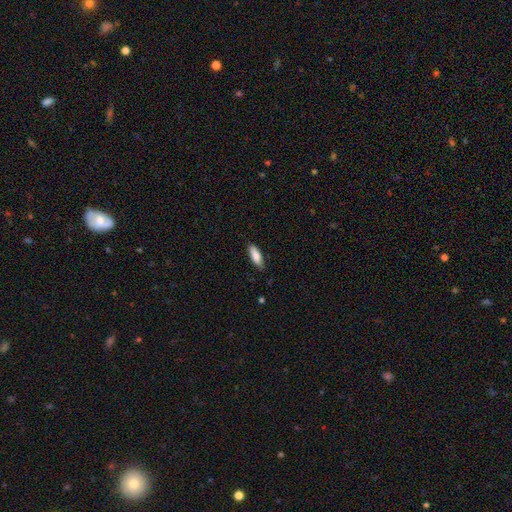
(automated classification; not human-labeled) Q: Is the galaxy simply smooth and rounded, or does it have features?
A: smooth — 84%.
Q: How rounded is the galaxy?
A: in between — 55%.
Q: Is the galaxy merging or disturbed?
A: none — 83%.